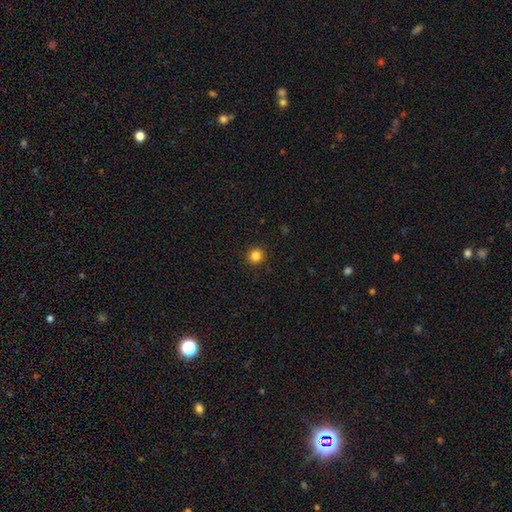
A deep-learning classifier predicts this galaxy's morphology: smooth_or_featured: smooth (p=0.84) [alt: star or artifact p=0.12]
how_rounded: round (p=0.93) [alt: in between p=0.06]
merging: none (p=0.92) [alt: minor disturbance p=0.05]